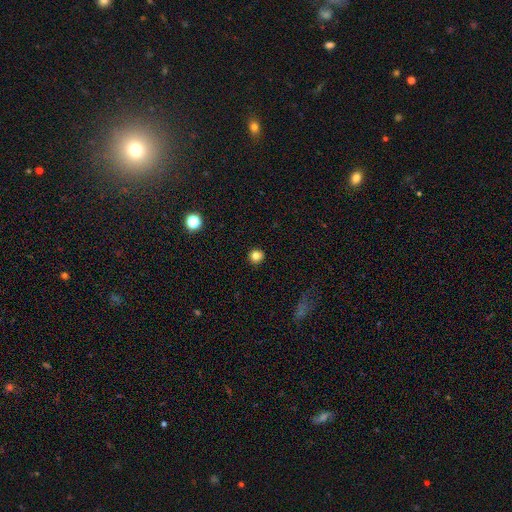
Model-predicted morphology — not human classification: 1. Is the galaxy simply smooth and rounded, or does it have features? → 81% smooth, 12% star or artifact, 7% featured or disk.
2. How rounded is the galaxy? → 93% round, 6% in between, 1% cigar-shaped.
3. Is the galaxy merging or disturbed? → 92% none, 6% minor disturbance, 2% major disturbance, 1% merger.